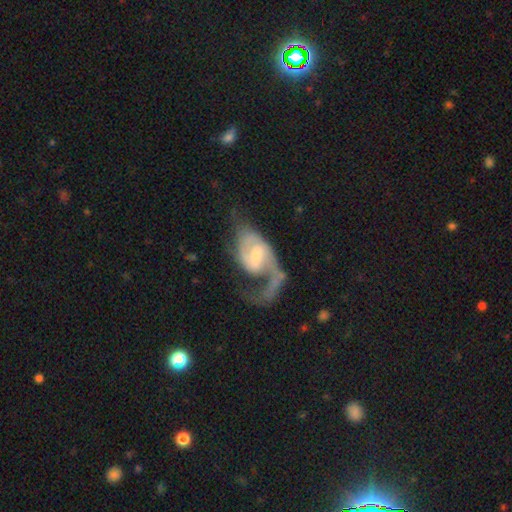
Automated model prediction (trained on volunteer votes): featured or disk 83%, smooth 12%, star or artifact 5%. Down the decision tree: edge-on disk — no (97%); bar — weak (55%); spiral arms — yes (93%); spiral arm count — 2 (54%); spiral winding — loose (47%); bulge size — small (47%); merging — major disturbance (44%).